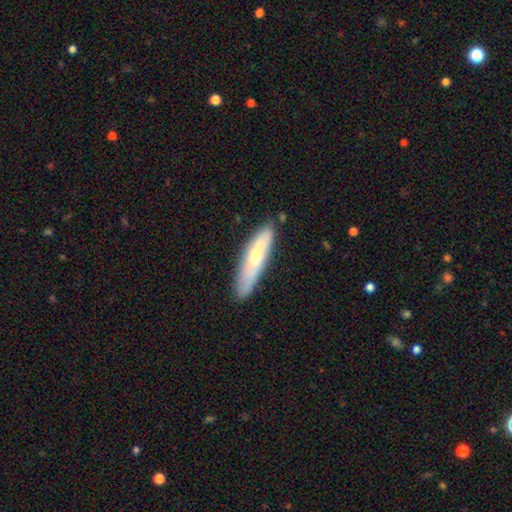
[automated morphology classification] Smooth or featured?
  - smooth: 65% *
  - featured or disk: 29%
  - star or artifact: 6%
How rounded?
  - cigar-shaped: 76% *
  - in between: 22%
  - round: 1%
Merging?
  - none: 76% *
  - minor disturbance: 18%
  - major disturbance: 4%
  - merger: 3%